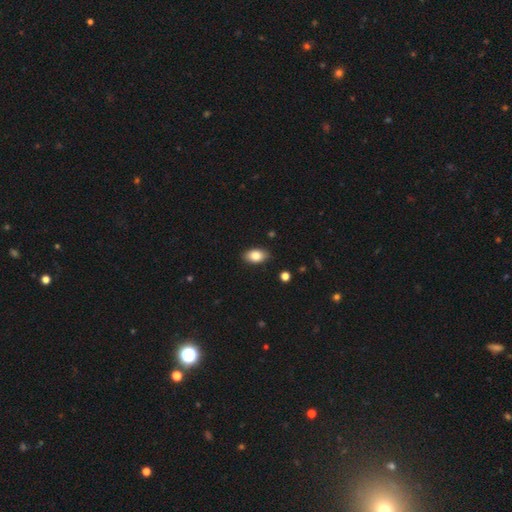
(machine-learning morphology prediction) Overall: smooth (84%). How rounded: in between (91%). Merging: none (88%).